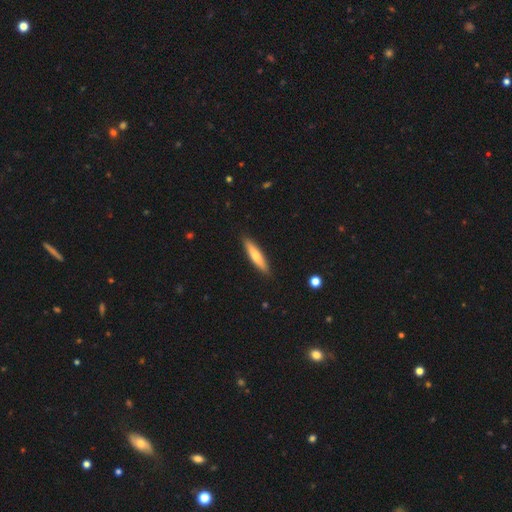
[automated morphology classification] Smooth or featured? smooth (64%)
How rounded? cigar-shaped (83%)
Merging? none (90%)